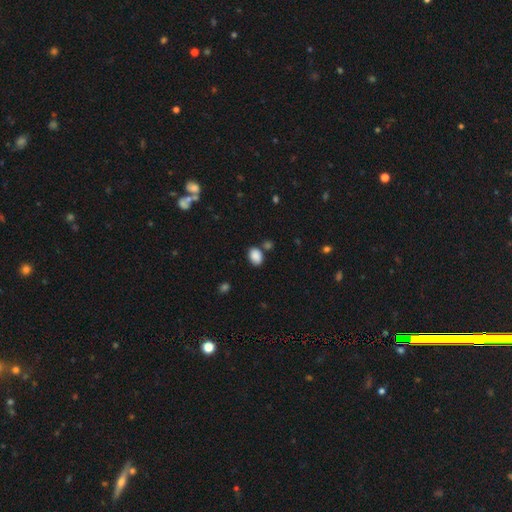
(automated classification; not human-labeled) The model was most divided on "how rounded": in between: 74%, round: 25%, cigar-shaped: 1%. More confident: smooth or featured — smooth (88%); merging — none (73%).